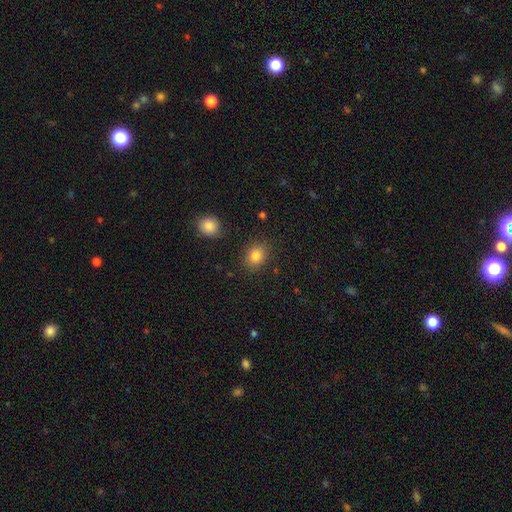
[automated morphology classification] The model was most divided on "how rounded": round: 52%, in between: 47%, cigar-shaped: 1%. More confident: merging — none (84%); smooth or featured — smooth (84%).